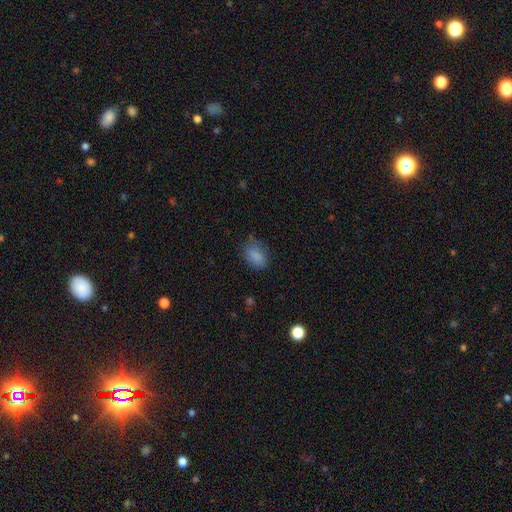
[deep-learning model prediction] Smooth or featured?
  - smooth: 85% *
  - star or artifact: 9%
  - featured or disk: 6%
How rounded?
  - in between: 81% *
  - round: 17%
  - cigar-shaped: 2%
Merging?
  - none: 71% *
  - minor disturbance: 22%
  - major disturbance: 6%
  - merger: 2%